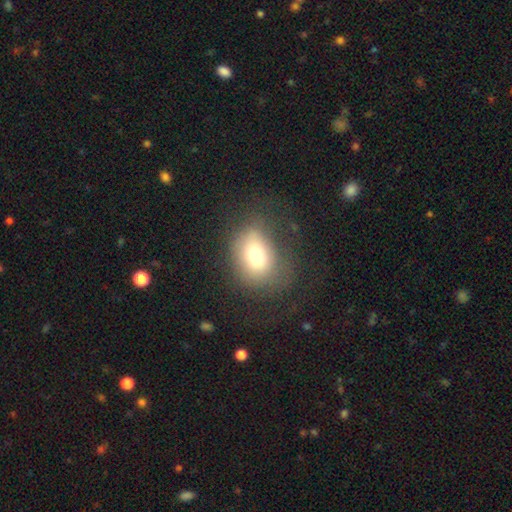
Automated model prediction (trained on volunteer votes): A smooth galaxy with no disk features (72%) that is in between round and cigar-shaped (58%).

Vote fractions:
- Smooth or featured? smooth: 72% / featured or disk: 16% / star or artifact: 13%
- How rounded? in between: 58% / round: 41% / cigar-shaped: 1%
- Merging? none: 61% / minor disturbance: 22% / major disturbance: 16% / merger: 2%